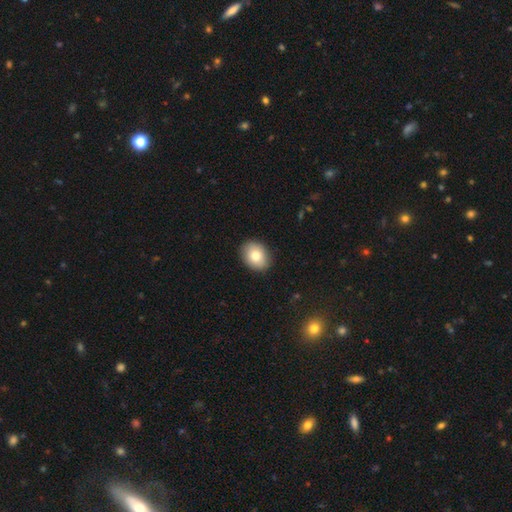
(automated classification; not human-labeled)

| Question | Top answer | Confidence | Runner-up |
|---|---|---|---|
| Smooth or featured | smooth | 80% | featured or disk (12%) |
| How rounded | in between | 58% | round (41%) |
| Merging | none | 89% | minor disturbance (8%) |